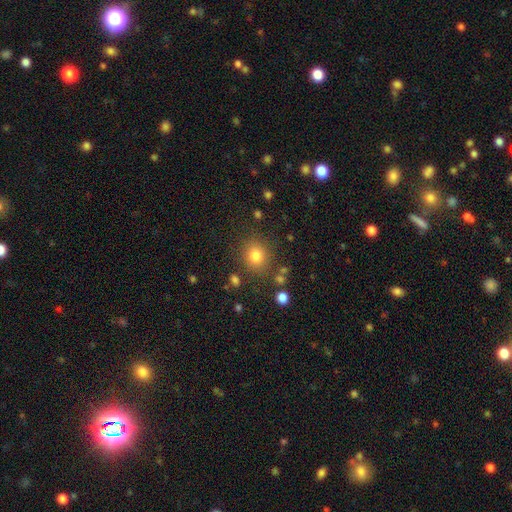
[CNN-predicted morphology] type=smooth (79%); roundness=round (80%); merging=none (83%).